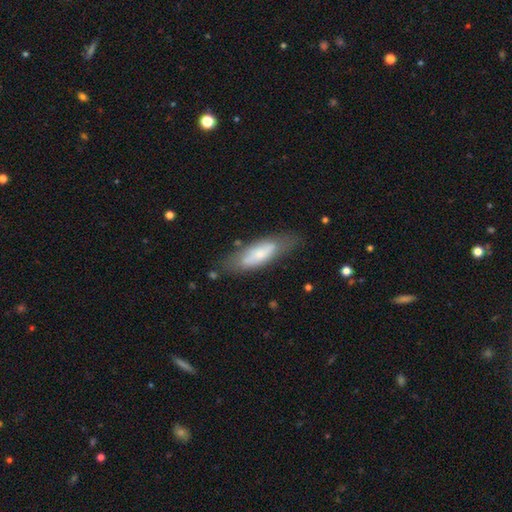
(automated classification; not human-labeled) A smooth galaxy with no disk features (62%) that is cigar-shaped (55%). Merging: none (76%).